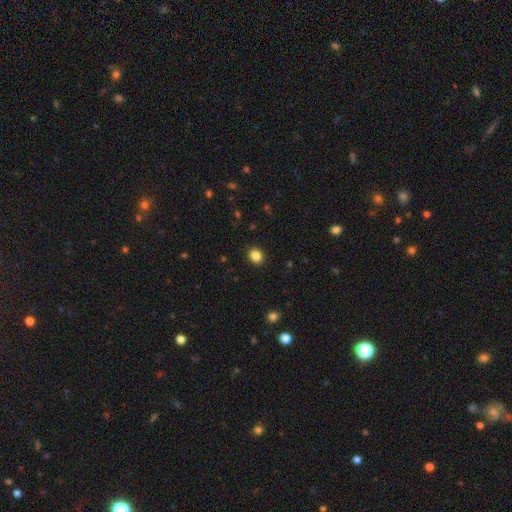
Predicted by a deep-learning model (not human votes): Smooth or featured: smooth — 85% (star or artifact — 11%)
How rounded: round — 65% (in between — 34%)
Merging: none — 91% (minor disturbance — 6%)